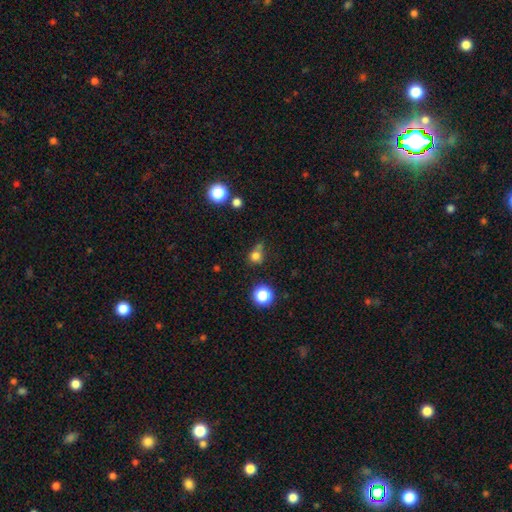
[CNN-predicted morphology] smooth 76%, star or artifact 17%, featured or disk 7%. Down the decision tree: how rounded — round (81%); merging — none (53%).